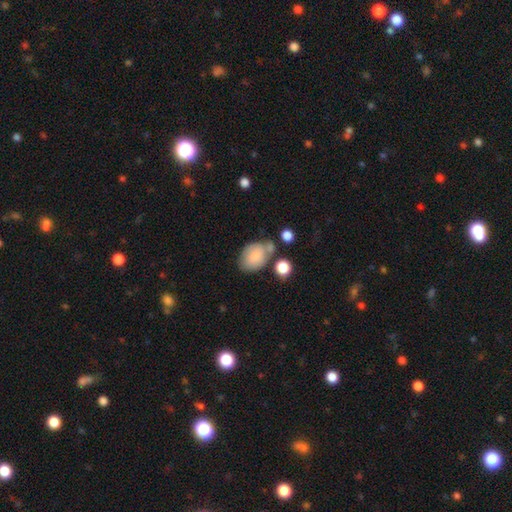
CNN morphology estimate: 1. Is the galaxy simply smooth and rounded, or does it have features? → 79% smooth, 13% featured or disk, 8% star or artifact.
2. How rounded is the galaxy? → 76% in between, 23% round, 1% cigar-shaped.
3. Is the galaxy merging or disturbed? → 53% none, 22% minor disturbance, 17% merger, 8% major disturbance.